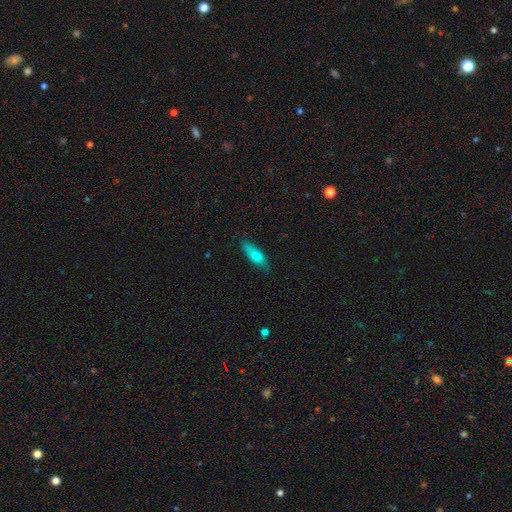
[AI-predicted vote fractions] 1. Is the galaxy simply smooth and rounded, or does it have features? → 73% smooth, 20% featured or disk, 7% star or artifact.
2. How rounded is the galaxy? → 51% in between, 47% cigar-shaped, 2% round.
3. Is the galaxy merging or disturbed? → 79% none, 17% minor disturbance, 3% major disturbance, 1% merger.